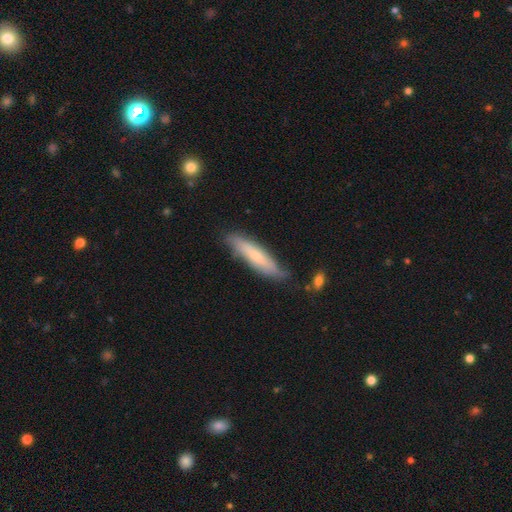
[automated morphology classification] Q: Smooth or featured?
A: smooth (57%); runner-up: featured or disk (38%)
Q: How rounded?
A: cigar-shaped (82%); runner-up: in between (16%)
Q: Merging?
A: none (74%); runner-up: minor disturbance (20%)